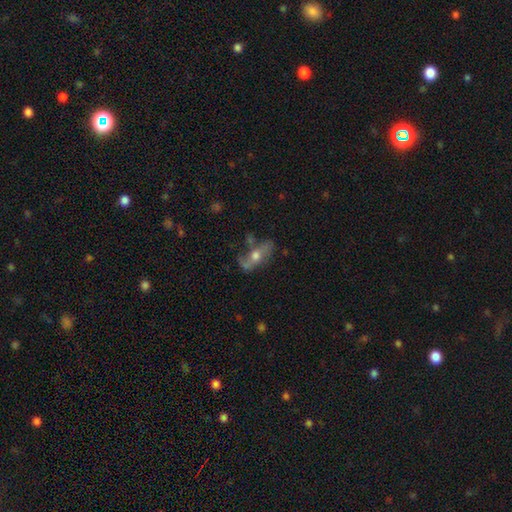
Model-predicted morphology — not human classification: smooth-or-featured: featured or disk: 55% | smooth: 35% | star or artifact: 9%
  disk-edge-on: no: 75% | yes: 25%
  merging: none: 48% | minor disturbance: 24% | major disturbance: 19% | merger: 10%